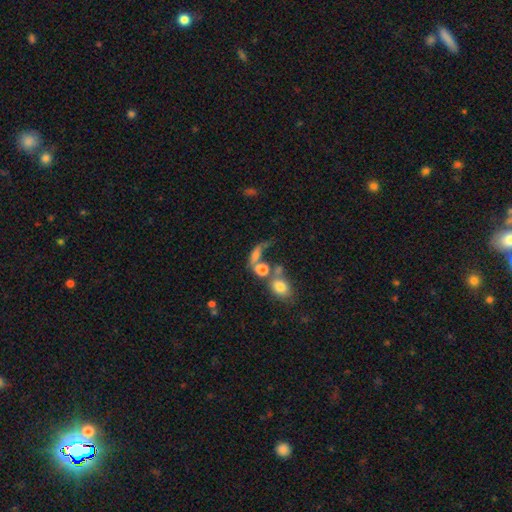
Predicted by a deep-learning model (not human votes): Smooth or featured? smooth (52%)
How rounded? in between (59%)
Merging? merger (45%)